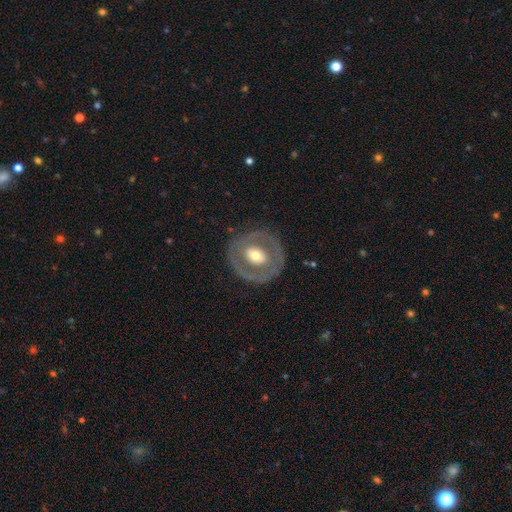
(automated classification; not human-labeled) This appears to be a featured or disk galaxy (57%) with no bar (65%), no spiral arms (85%) and a moderate central bulge (66%). Merging: none (80%).